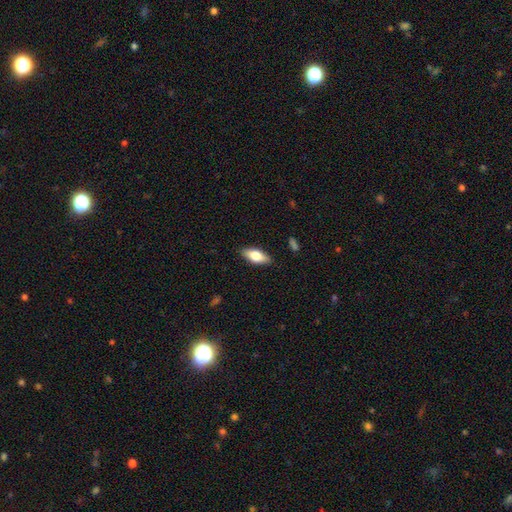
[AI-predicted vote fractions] smooth-or-featured: smooth: 72% | featured or disk: 21% | star or artifact: 6%
  how-rounded: in between: 81% | cigar-shaped: 16% | round: 3%
  merging: none: 87% | minor disturbance: 10% | major disturbance: 2% | merger: 1%